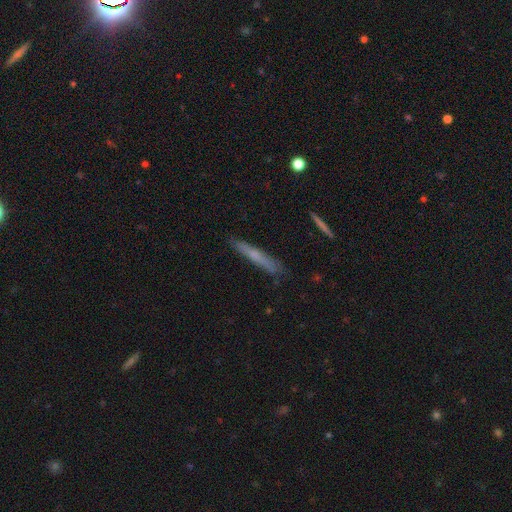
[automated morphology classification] Overall: smooth (54%; featured or disk 39%). How rounded: cigar-shaped (95%). Merging: none (86%).